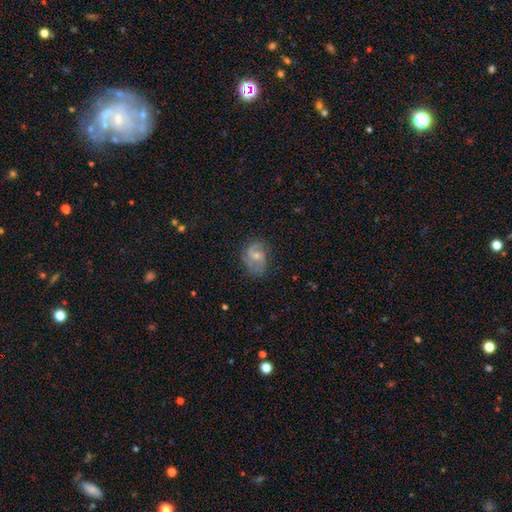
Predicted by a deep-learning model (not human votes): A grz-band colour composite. It shows a featured or disk galaxy (75%) with no bar (48%), 2 (79%) medium (49%) spiral arms (93%) and a moderate central bulge (52%). Merging: none (76%).